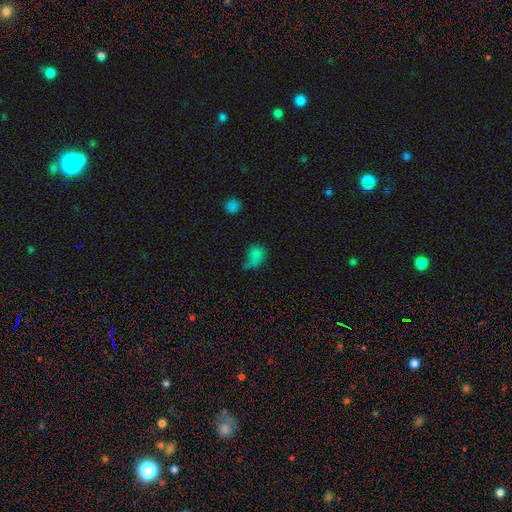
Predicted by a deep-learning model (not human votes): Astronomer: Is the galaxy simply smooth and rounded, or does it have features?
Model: smooth — 74%.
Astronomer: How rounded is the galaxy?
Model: in between — 54% (runner-up: round, 45%).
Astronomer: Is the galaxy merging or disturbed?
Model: none — 37% (runner-up: minor disturbance, 29%).